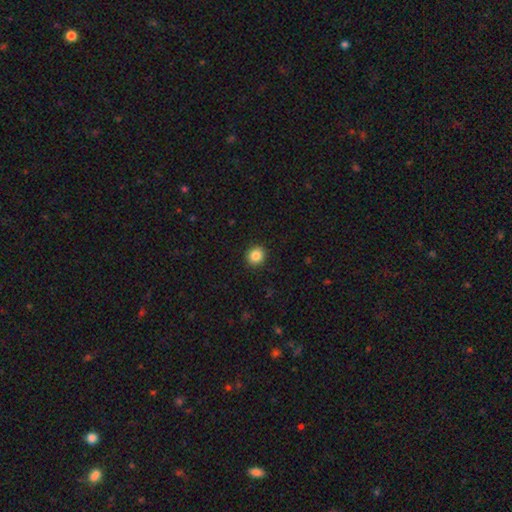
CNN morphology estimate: Overall: smooth (86%). How rounded: round (86%). Merging: none (91%).